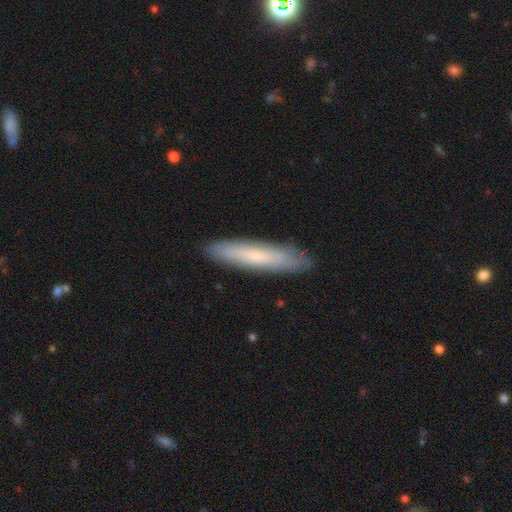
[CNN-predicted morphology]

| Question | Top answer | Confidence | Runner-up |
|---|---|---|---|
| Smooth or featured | smooth | 60% | featured or disk (33%) |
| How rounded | cigar-shaped | 86% | in between (13%) |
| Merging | none | 87% | minor disturbance (10%) |